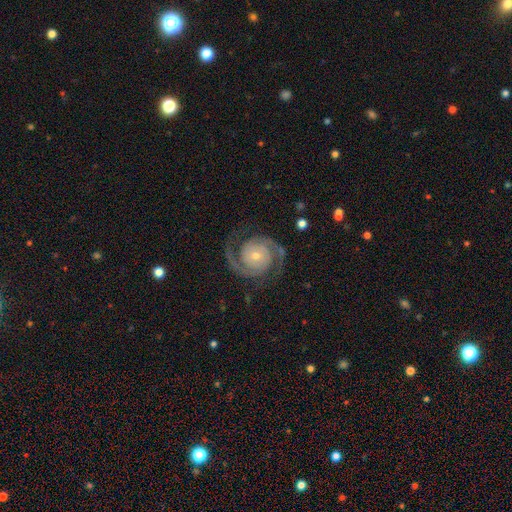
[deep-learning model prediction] Overall: featured or disk (92%). Edge-on disk: no (98%). Bar: no (72%). Spiral arms: yes (99%). Spiral arm count: 2 (94%). Spiral winding: medium (47%; tight 45%). Bulge size: small (66%; moderate 29%). Merging: none (83%).